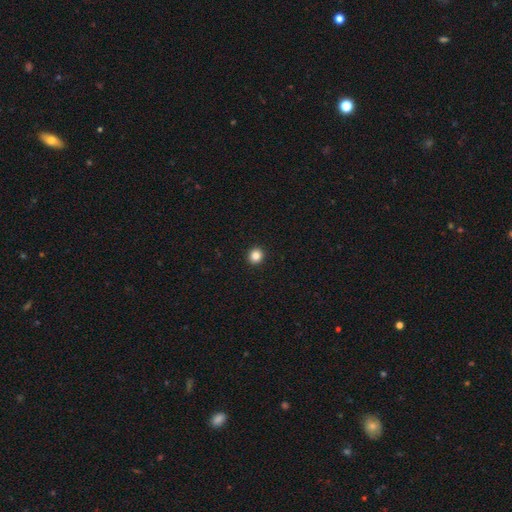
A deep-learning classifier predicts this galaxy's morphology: smooth_or_featured: smooth (p=0.85) [alt: star or artifact p=0.11]
how_rounded: round (p=0.90) [alt: in between p=0.09]
merging: none (p=0.94) [alt: minor disturbance p=0.04]